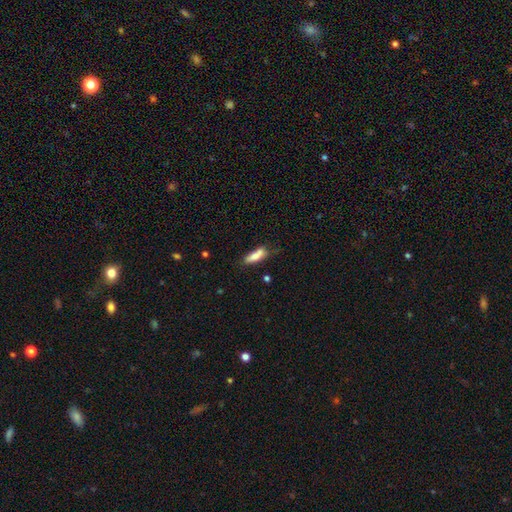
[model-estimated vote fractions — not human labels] This is likely a smooth galaxy (75%). How rounded: possibly cigar-shaped (50%). Merging: possibly none (53%).